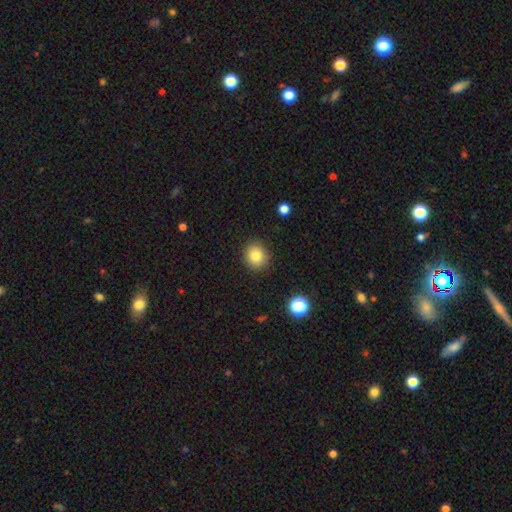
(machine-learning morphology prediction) Overall: smooth (83%). How rounded: round (76%). Merging: none (88%).